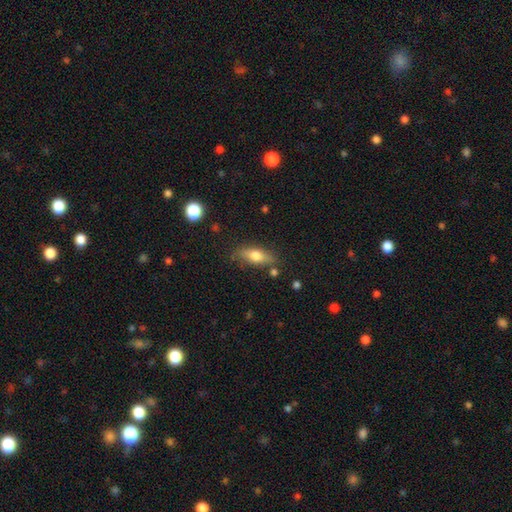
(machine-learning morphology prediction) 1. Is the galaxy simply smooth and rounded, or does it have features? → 67% smooth, 26% featured or disk, 7% star or artifact.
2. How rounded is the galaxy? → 69% in between, 27% cigar-shaped, 4% round.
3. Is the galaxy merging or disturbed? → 76% none, 16% minor disturbance, 4% merger, 4% major disturbance.